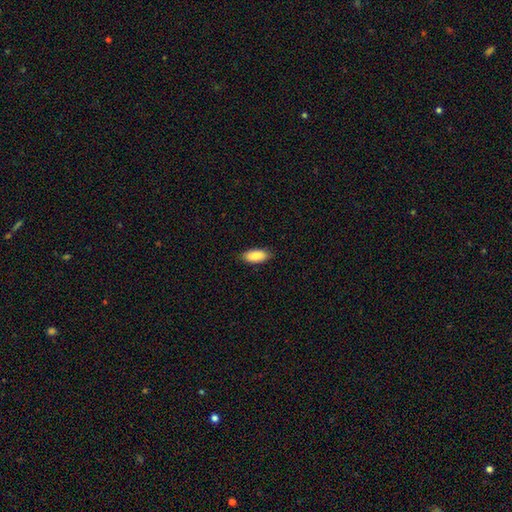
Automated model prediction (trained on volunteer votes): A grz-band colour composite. It shows a smooth galaxy with no disk features (89%) that is in between round and cigar-shaped (89%). Merging: none (86%).